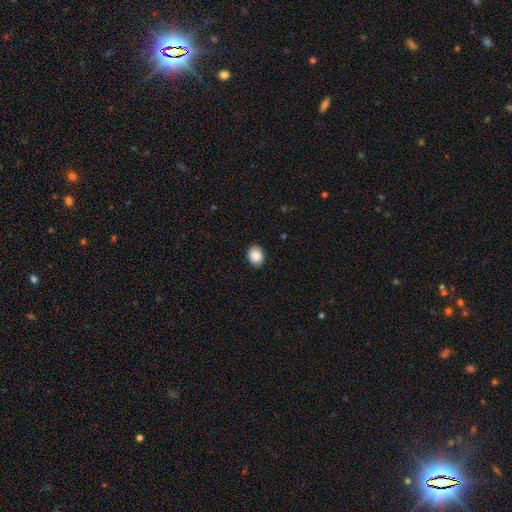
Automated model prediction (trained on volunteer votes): This is clearly a smooth galaxy (89%). How rounded: possibly round (52%). Merging: clearly none (89%).